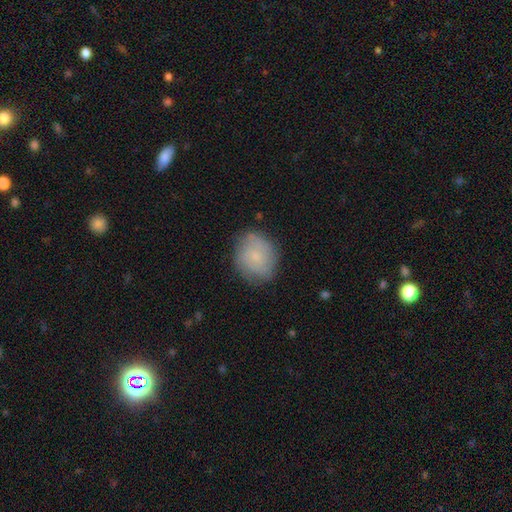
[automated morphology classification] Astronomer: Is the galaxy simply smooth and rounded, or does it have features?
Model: smooth — 53% (runner-up: featured or disk, 38%).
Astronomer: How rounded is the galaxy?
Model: round — 69%.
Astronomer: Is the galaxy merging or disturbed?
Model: none — 76%.